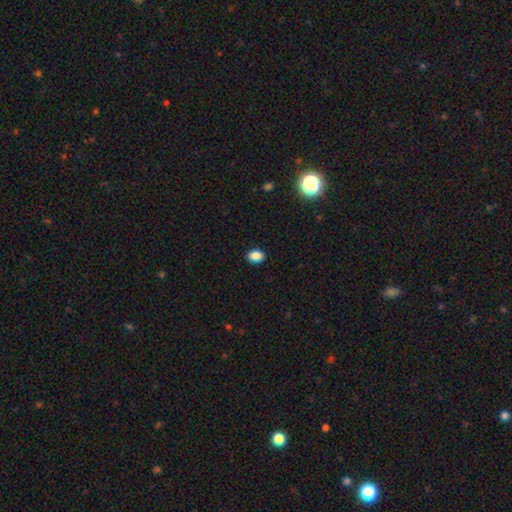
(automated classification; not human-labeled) Q: Smooth or featured?
A: smooth (88%); runner-up: star or artifact (10%)
Q: How rounded?
A: in between (71%); runner-up: round (28%)
Q: Merging?
A: none (90%); runner-up: minor disturbance (7%)